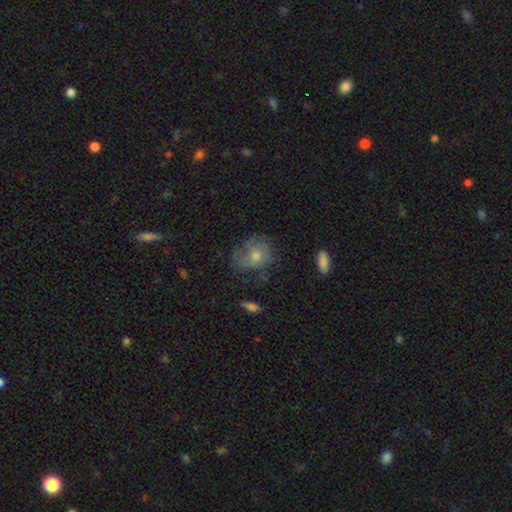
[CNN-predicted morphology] type=smooth (53%); roundness=round (61%); merging=none (53%).